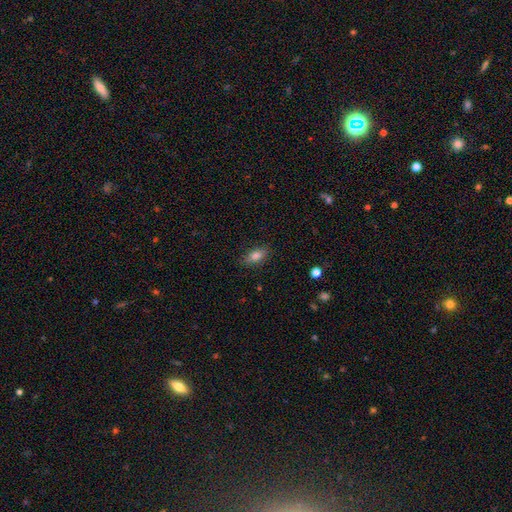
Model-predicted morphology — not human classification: This is clearly a smooth galaxy (83%). How rounded: clearly in between (86%). Merging: clearly none (85%).